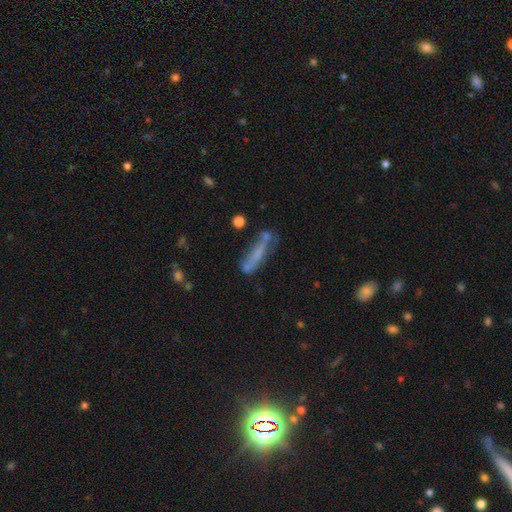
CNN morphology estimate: This appears to be a smooth galaxy with no disk features (54%) that is cigar-shaped (83%). Merging: none (45%).